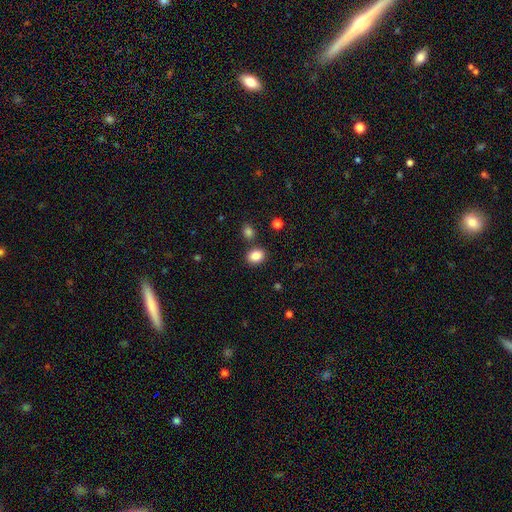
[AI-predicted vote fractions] smooth 86%, star or artifact 10%, featured or disk 5%. Down the decision tree: how rounded — in between (53%); merging — none (81%).